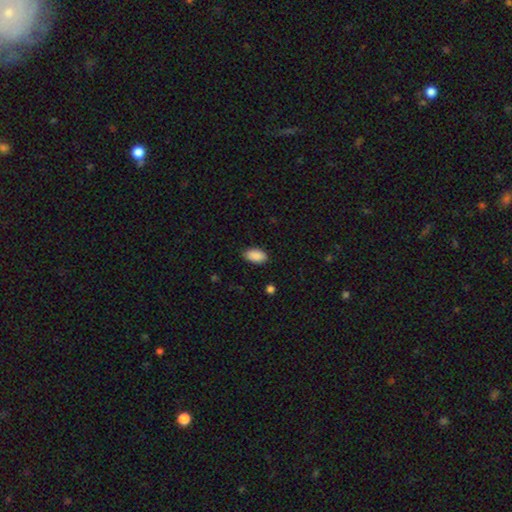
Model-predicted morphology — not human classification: Smooth or featured? Predicted: smooth (p=0.90). How rounded? Predicted: in between (p=0.94). Merging? Predicted: none (p=0.86).